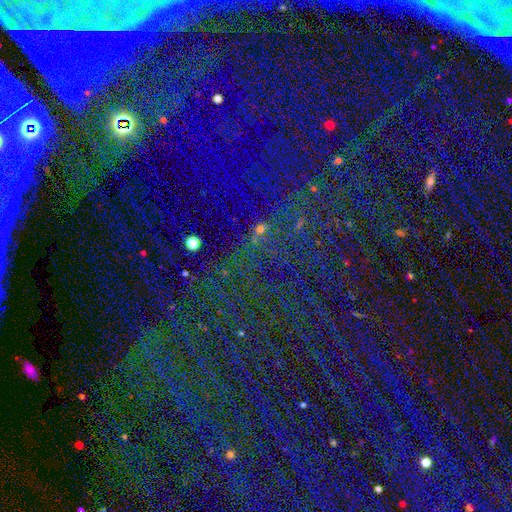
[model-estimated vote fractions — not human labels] This appears to be a star or artifact, not a galaxy (82%).